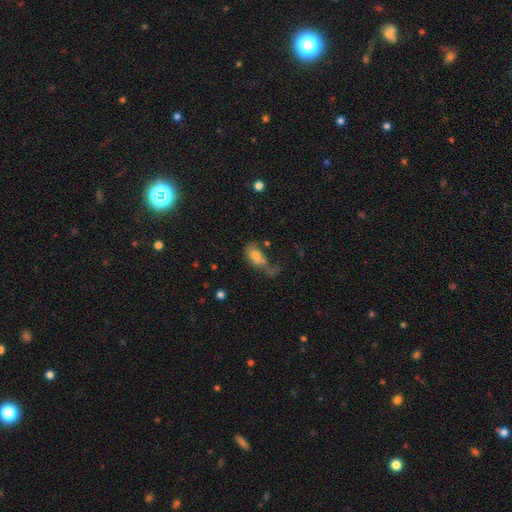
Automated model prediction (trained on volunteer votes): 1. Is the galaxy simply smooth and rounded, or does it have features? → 66% smooth, 23% featured or disk, 12% star or artifact.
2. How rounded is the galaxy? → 83% in between, 13% round, 4% cigar-shaped.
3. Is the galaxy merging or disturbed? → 35% major disturbance, 28% merger, 20% none, 17% minor disturbance.